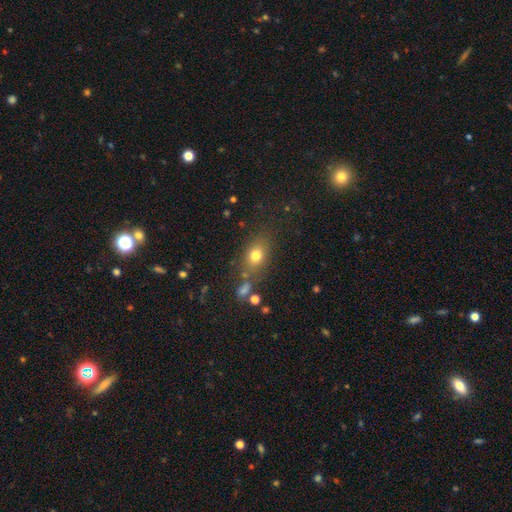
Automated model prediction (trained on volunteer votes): This is likely a smooth galaxy (75%). How rounded: likely in between (64%). Merging: likely none (72%).